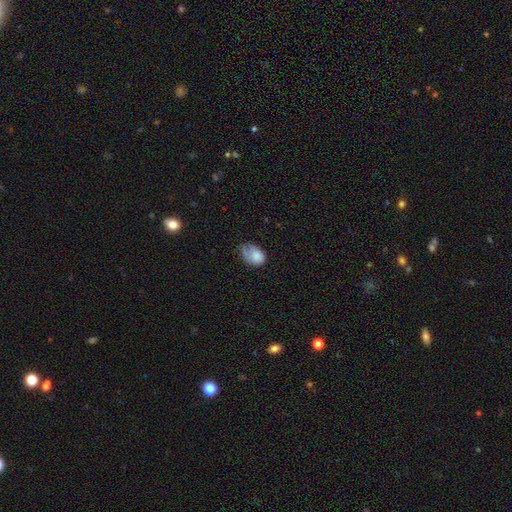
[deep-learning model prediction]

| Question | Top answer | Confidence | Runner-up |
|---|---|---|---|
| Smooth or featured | smooth | 76% | featured or disk (16%) |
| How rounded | in between | 82% | round (17%) |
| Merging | minor disturbance | 39% | none (32%) |